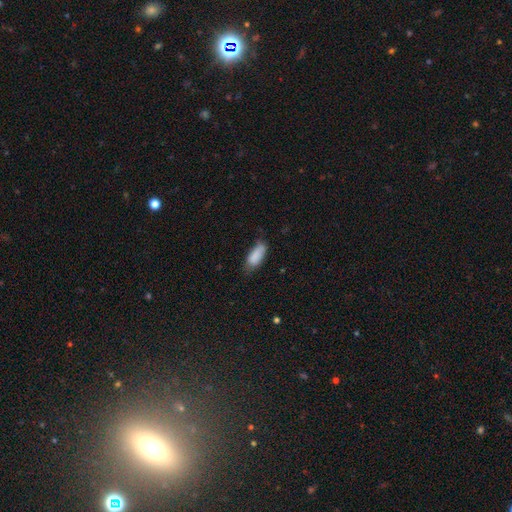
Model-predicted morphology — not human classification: smooth_or_featured: smooth (p=0.86) [alt: star or artifact p=0.07]
how_rounded: in between (p=0.79) [alt: cigar-shaped p=0.19]
merging: none (p=0.58) [alt: minor disturbance p=0.33]